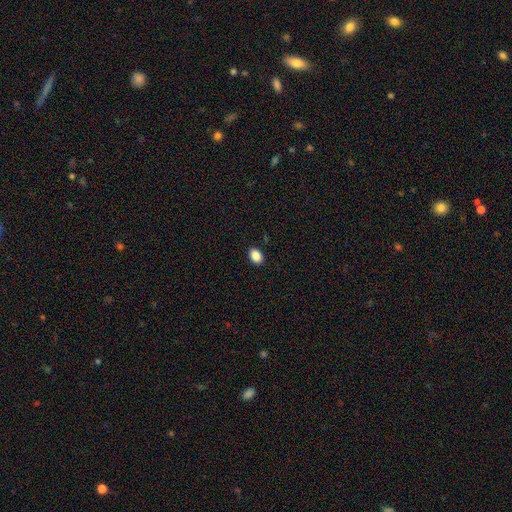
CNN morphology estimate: Q: Smooth or featured?
A: smooth (88%); runner-up: star or artifact (9%)
Q: How rounded?
A: in between (83%); runner-up: round (16%)
Q: Merging?
A: none (90%); runner-up: minor disturbance (7%)